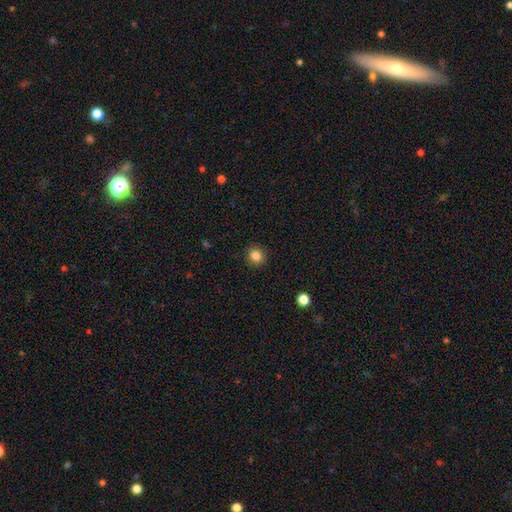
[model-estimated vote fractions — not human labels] Q: Smooth or featured?
A: smooth (84%); runner-up: star or artifact (11%)
Q: How rounded?
A: round (85%); runner-up: in between (14%)
Q: Merging?
A: none (91%); runner-up: minor disturbance (6%)